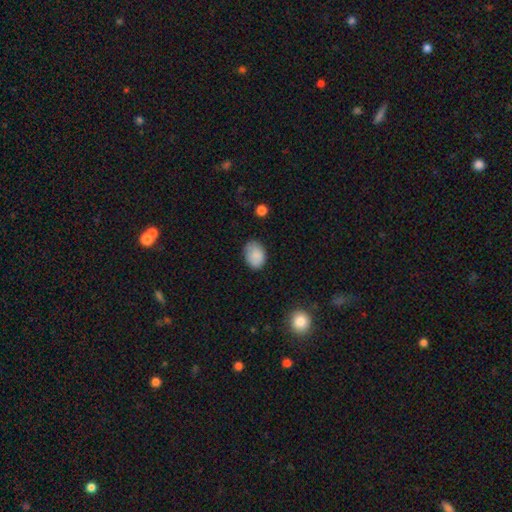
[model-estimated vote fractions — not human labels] Q: Smooth or featured?
A: smooth (86%); runner-up: star or artifact (8%)
Q: How rounded?
A: in between (77%); runner-up: round (22%)
Q: Merging?
A: none (75%); runner-up: minor disturbance (19%)